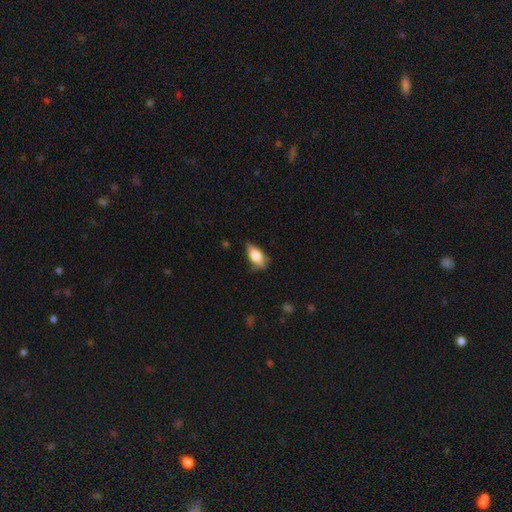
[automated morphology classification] Smooth or featured? smooth (62%)
How rounded? in between (81%)
Merging? none (58%)